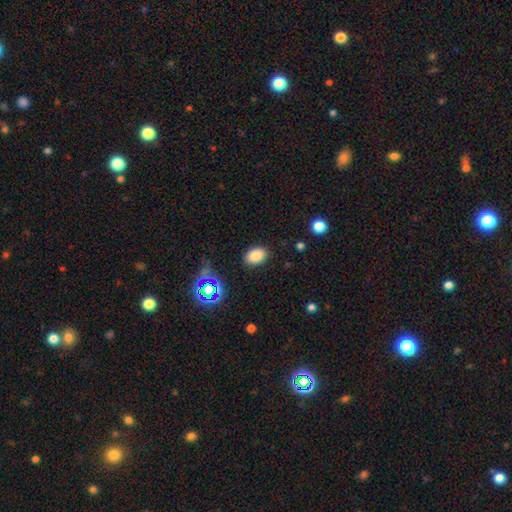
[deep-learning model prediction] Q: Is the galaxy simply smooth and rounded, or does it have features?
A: smooth — 82%.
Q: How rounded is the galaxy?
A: in between — 83%.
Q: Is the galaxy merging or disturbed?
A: none — 86%.